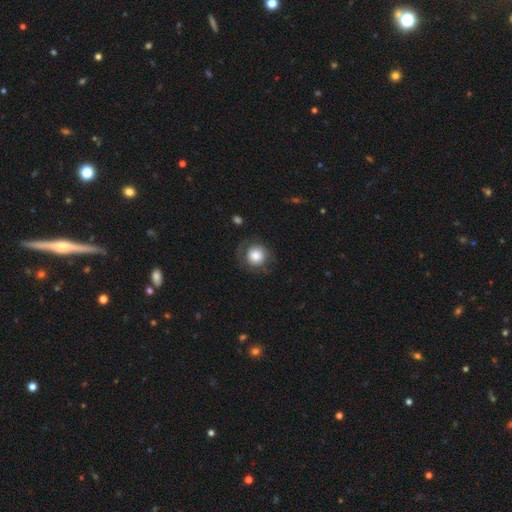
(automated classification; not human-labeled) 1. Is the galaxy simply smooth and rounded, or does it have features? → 73% smooth, 19% featured or disk, 8% star or artifact.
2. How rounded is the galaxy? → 91% round, 8% in between, 1% cigar-shaped.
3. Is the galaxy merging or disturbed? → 71% none, 17% minor disturbance, 10% major disturbance, 1% merger.